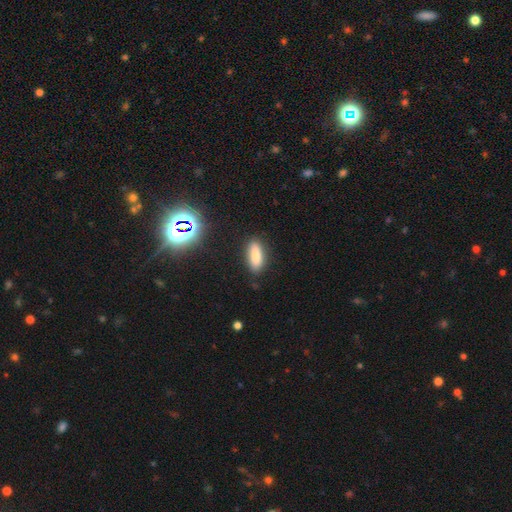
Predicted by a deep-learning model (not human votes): This appears to be a smooth galaxy with no disk features (81%) that is in between round and cigar-shaped (64%). Merging: none (83%).